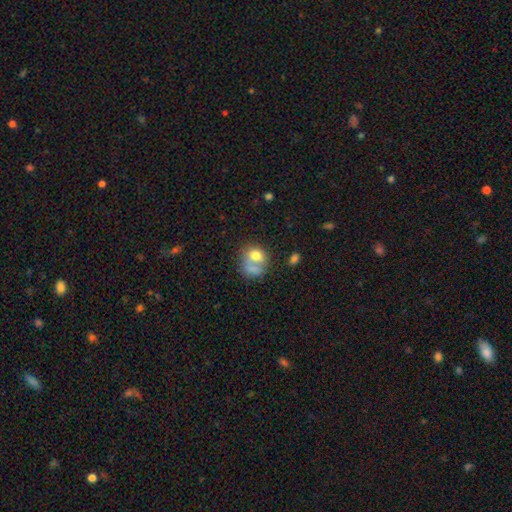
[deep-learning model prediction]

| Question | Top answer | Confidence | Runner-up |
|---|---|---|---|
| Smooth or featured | smooth | 69% | featured or disk (22%) |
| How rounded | round | 58% | in between (41%) |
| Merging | merger | 44% | none (27%) |